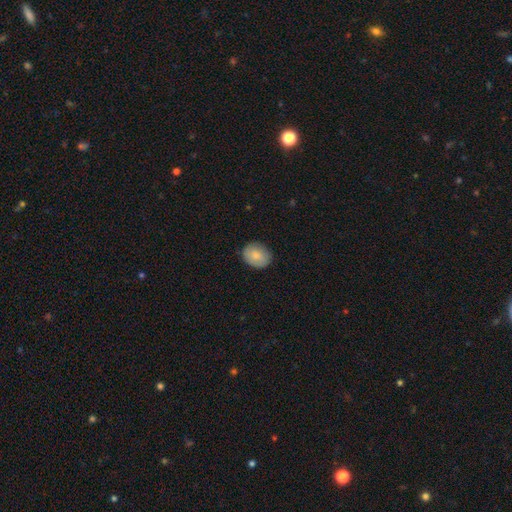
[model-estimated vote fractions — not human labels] Smooth or featured? Predicted: smooth (p=0.84). How rounded? Predicted: in between (p=0.54). Merging? Predicted: none (p=0.86).